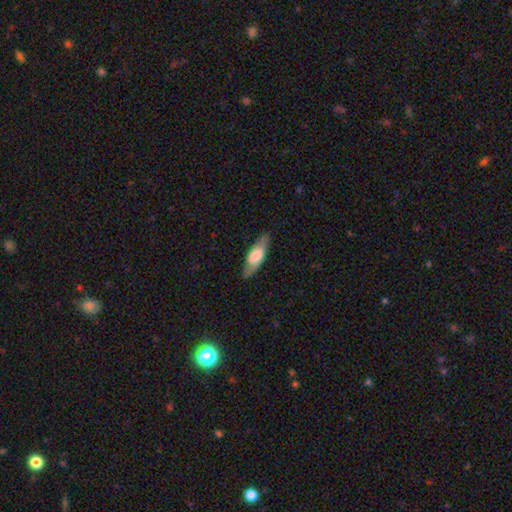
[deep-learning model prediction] Morphology: type=smooth (53%); roundness=in between (58%); merging=none (81%).